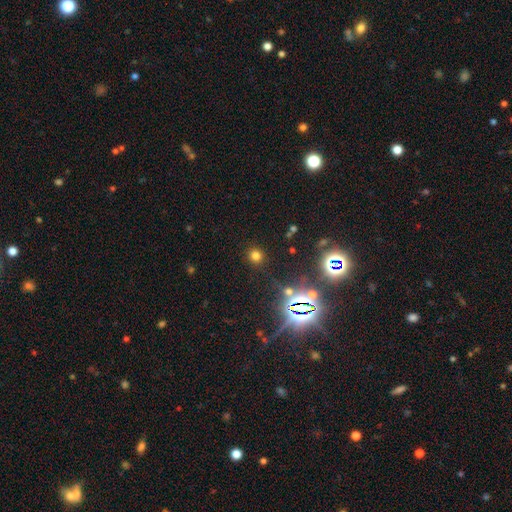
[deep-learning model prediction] This appears to be a smooth galaxy with no disk features (68%) that is round (91%). Merging: none (88%).